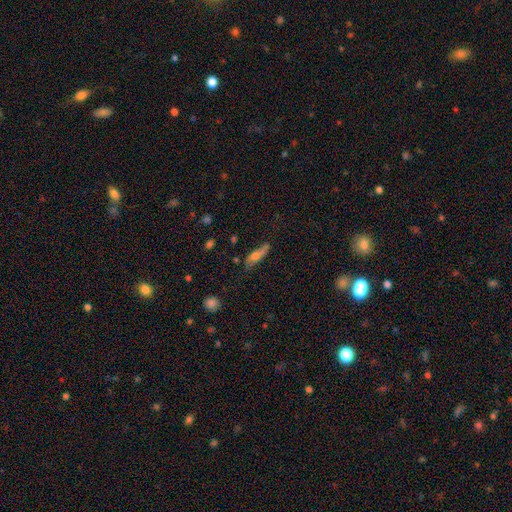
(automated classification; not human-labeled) A smooth galaxy with no disk features (53%) that is cigar-shaped (62%). Merging: none (61%).